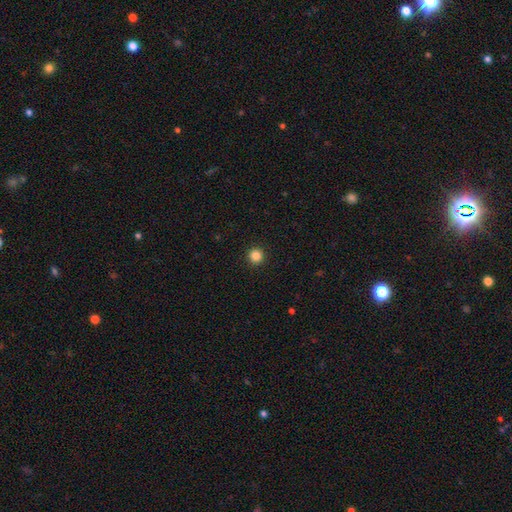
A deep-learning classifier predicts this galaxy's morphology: A smooth galaxy with no disk features (84%) that is round (95%). Merging: none (93%).